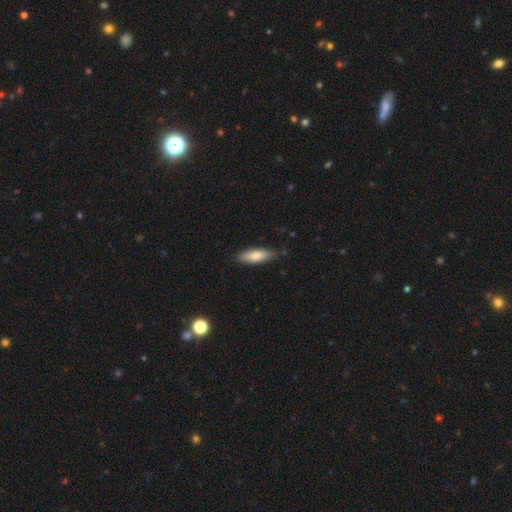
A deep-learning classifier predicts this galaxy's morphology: Overall: smooth (75%). How rounded: in between (50%; cigar-shaped 48%). Merging: none (82%).